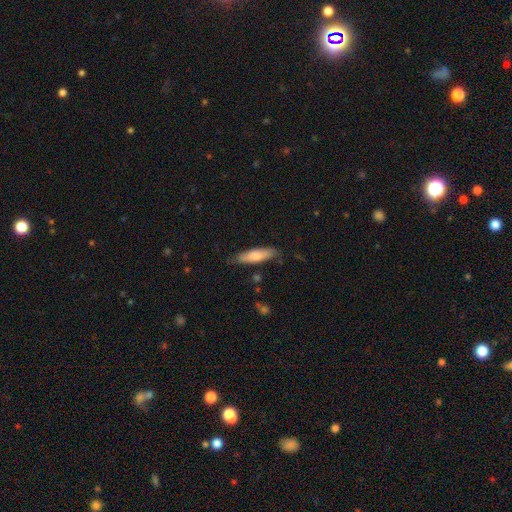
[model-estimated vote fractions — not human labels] Overall: smooth (74%). How rounded: cigar-shaped (66%; in between 33%). Merging: none (75%).